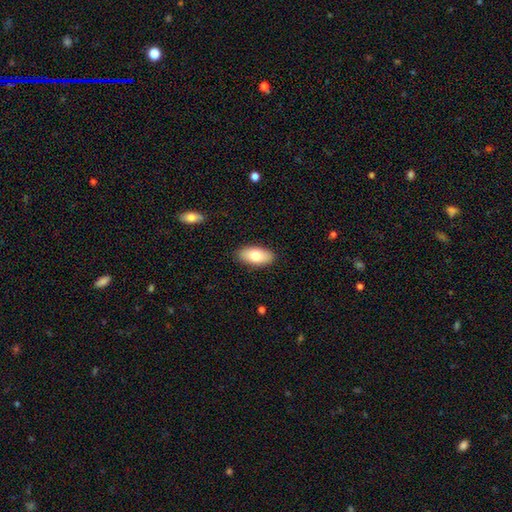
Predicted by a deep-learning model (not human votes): Smooth or featured? Predicted: smooth (p=0.79). How rounded? Predicted: in between (p=0.92). Merging? Predicted: none (p=0.88).